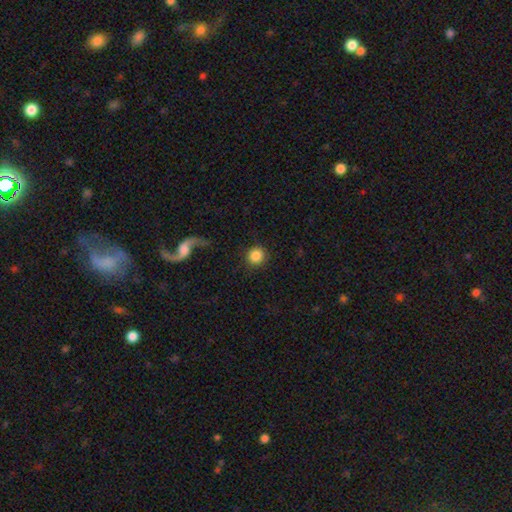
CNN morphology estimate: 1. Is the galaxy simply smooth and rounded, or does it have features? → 85% smooth, 8% star or artifact, 7% featured or disk.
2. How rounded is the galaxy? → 93% round, 6% in between, 1% cigar-shaped.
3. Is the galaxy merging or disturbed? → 83% none, 8% minor disturbance, 6% major disturbance, 3% merger.